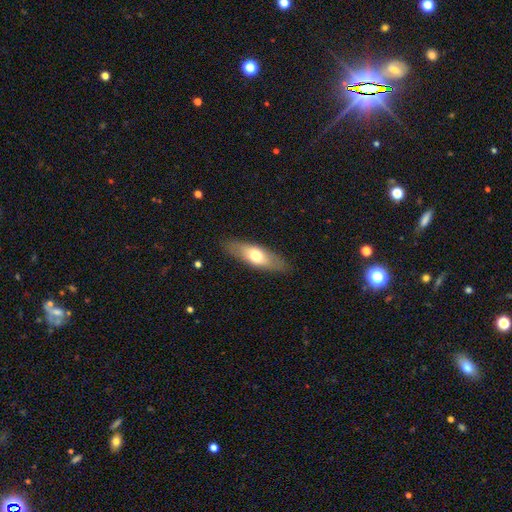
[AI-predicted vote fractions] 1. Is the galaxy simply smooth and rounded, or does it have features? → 60% smooth, 34% featured or disk, 6% star or artifact.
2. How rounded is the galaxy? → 60% in between, 37% cigar-shaped, 3% round.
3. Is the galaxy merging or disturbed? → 85% none, 11% minor disturbance, 3% major disturbance, 1% merger.